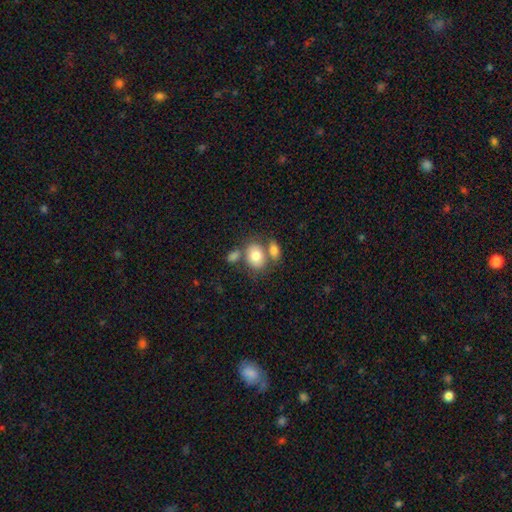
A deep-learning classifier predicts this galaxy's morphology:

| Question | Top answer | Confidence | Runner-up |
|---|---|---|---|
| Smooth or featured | smooth | 79% | featured or disk (14%) |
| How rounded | in between | 69% | round (30%) |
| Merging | none | 44% | merger (39%) |